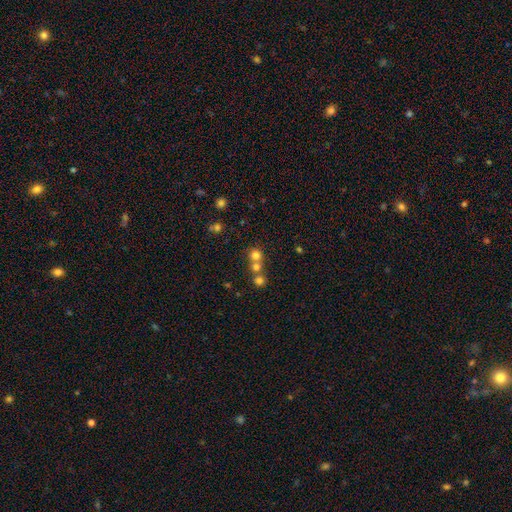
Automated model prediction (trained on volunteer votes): Smooth or featured: smooth — 72% (star or artifact — 18%)
How rounded: round — 89% (in between — 10%)
Merging: none — 50% (merger — 43%)